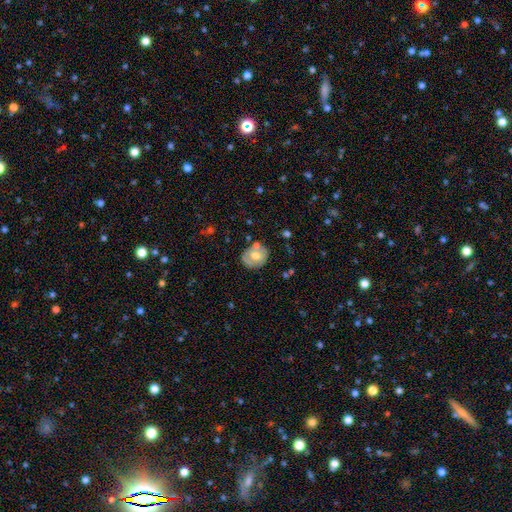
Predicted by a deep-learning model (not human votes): This appears to be a smooth galaxy with no disk features (52%) that is round (65%). Merging: none (67%).